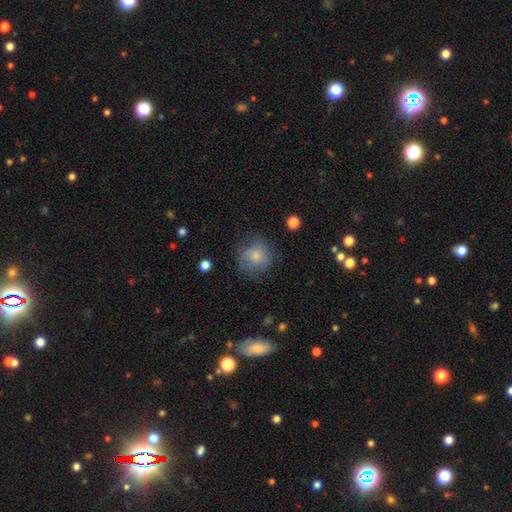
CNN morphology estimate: A smooth galaxy with no disk features (76%) that is round (85%). Merging: none (63%).